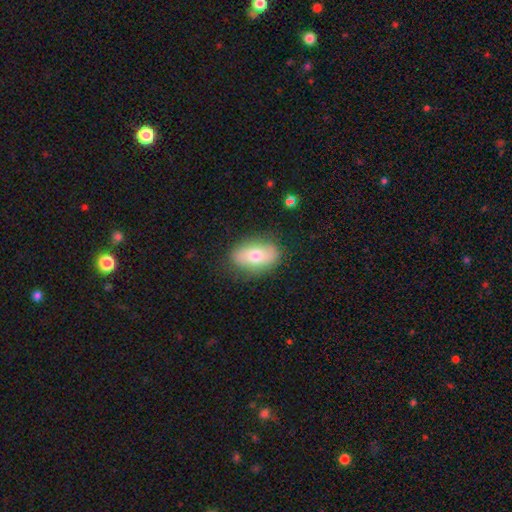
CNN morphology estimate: The model was most divided on "smooth or featured": smooth: 66%, featured or disk: 27%, star or artifact: 7%. More confident: how rounded — in between (88%); merging — none (82%).